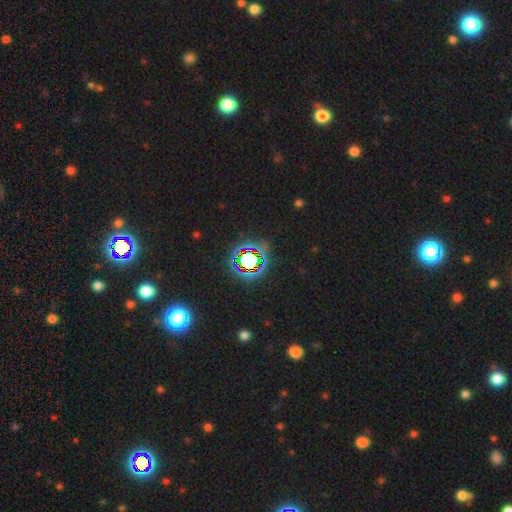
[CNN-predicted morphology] This is likely a star or artifact rather than a galaxy (80%).